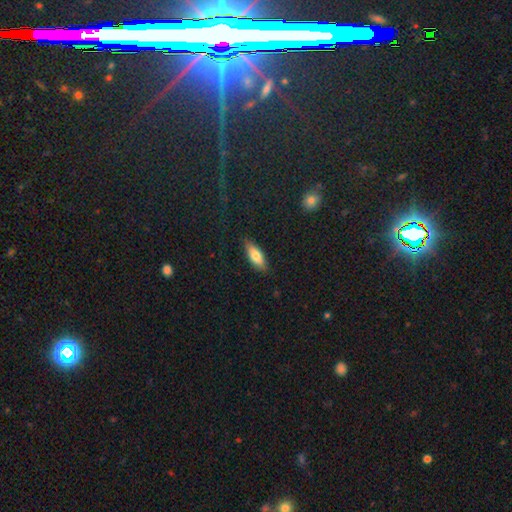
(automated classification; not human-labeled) Overall: smooth (75%). How rounded: in between (67%; cigar-shaped 31%). Merging: none (84%).